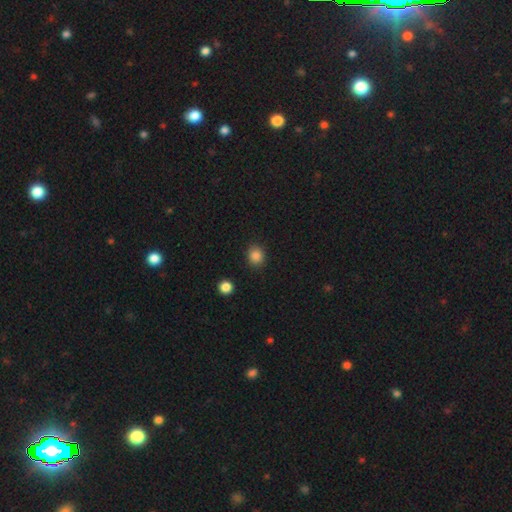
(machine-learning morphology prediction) Smooth or featured: smooth — 86% (star or artifact — 11%)
How rounded: round — 78% (in between — 21%)
Merging: none — 89% (minor disturbance — 7%)